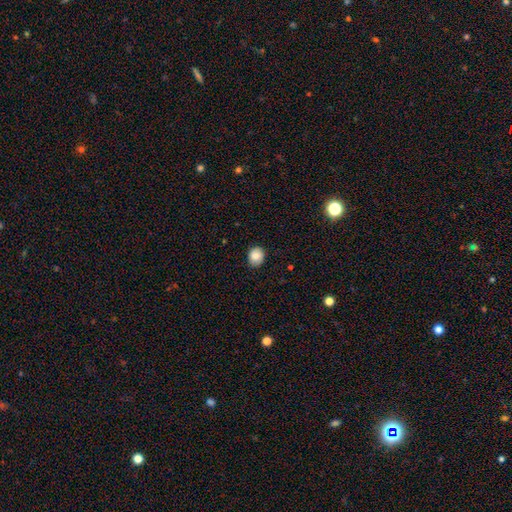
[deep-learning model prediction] This is clearly a smooth galaxy (85%). How rounded: likely round (61%). Merging: clearly none (87%).